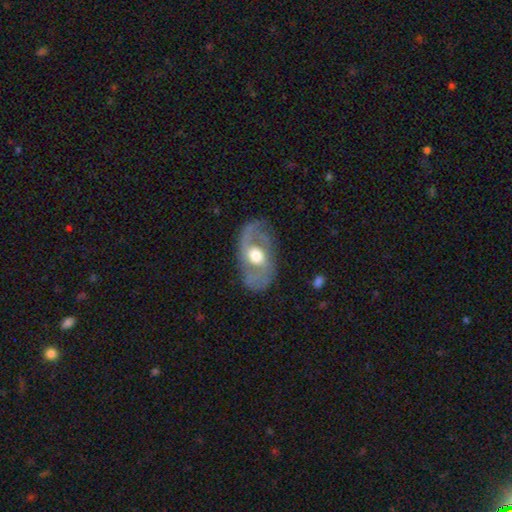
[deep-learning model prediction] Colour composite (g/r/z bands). It shows a featured or disk galaxy (78%) with no bar (63%), 2 (84%) medium (47%) spiral arms (80%) and a moderate central bulge (61%). Merging: none (72%).